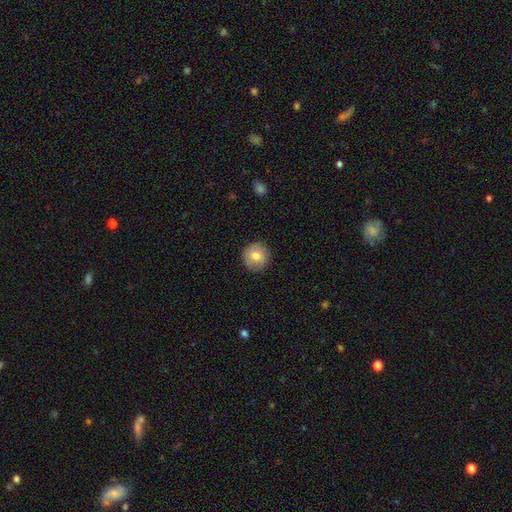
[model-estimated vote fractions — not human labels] smooth 76%, featured or disk 15%, star or artifact 8%. Down the decision tree: how rounded — round (94%); merging — none (89%).